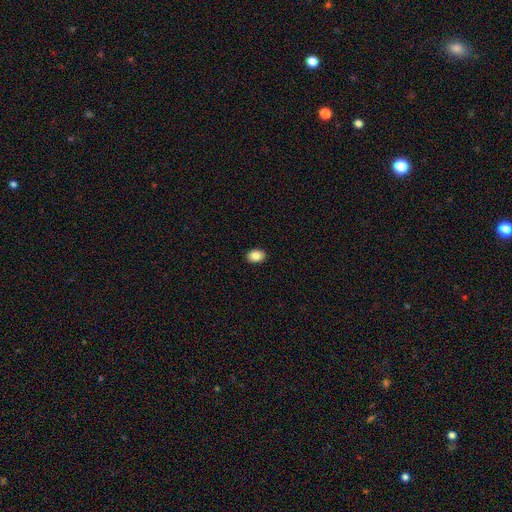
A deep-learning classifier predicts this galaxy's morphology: A smooth galaxy with no disk features (86%) that is in between round and cigar-shaped (75%).

Vote fractions:
- Smooth or featured? smooth: 86% / star or artifact: 8% / featured or disk: 6%
- How rounded? in between: 75% / round: 24% / cigar-shaped: 1%
- Merging? none: 91% / minor disturbance: 7% / major disturbance: 2% / merger: 1%